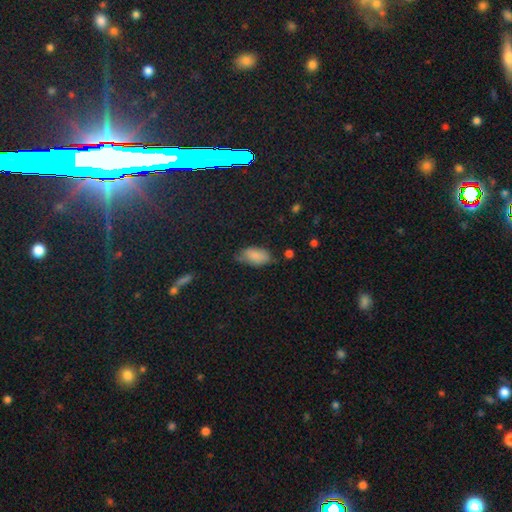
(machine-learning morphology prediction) smooth_or_featured: smooth (p=0.83) [alt: featured or disk p=0.09]
how_rounded: in between (p=0.93) [alt: cigar-shaped p=0.04]
merging: none (p=0.54) [alt: minor disturbance p=0.34]